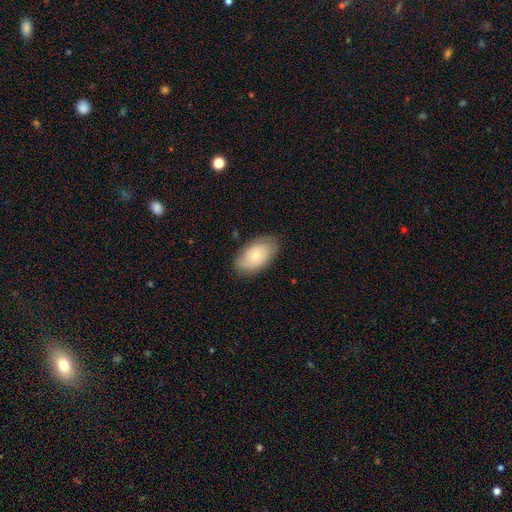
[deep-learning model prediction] This is likely a smooth galaxy (67%). How rounded: clearly in between (94%). Merging: clearly none (81%).